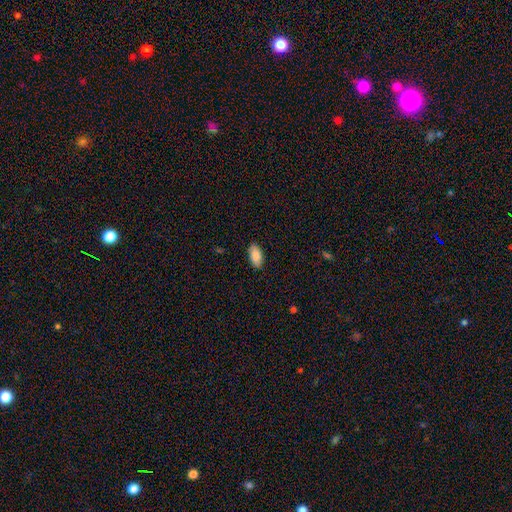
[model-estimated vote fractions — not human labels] A smooth galaxy with no disk features (88%) that is in between round and cigar-shaped (93%).

Vote fractions:
- Smooth or featured? smooth: 88% / star or artifact: 6% / featured or disk: 5%
- How rounded? in between: 93% / cigar-shaped: 5% / round: 2%
- Merging? none: 88% / minor disturbance: 9% / major disturbance: 2% / merger: 1%